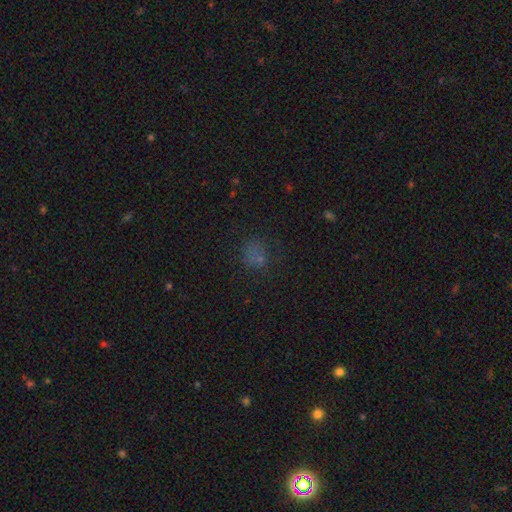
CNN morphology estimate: smooth 55%, star or artifact 32%, featured or disk 12%. Down the decision tree: how rounded — round (68%); merging — none (59%).